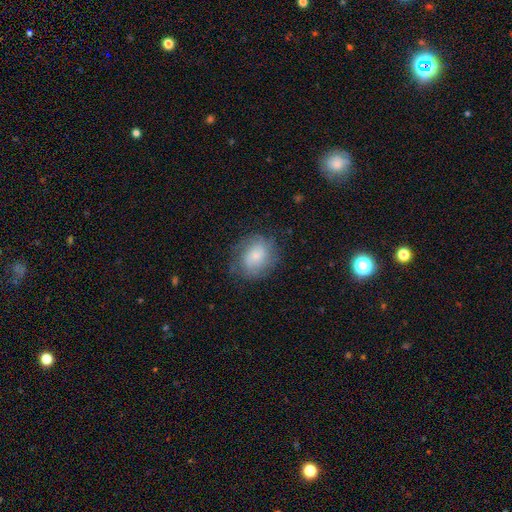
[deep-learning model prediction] Overall: smooth (55%; featured or disk 37%). How rounded: round (68%; in between 31%). Merging: none (71%).